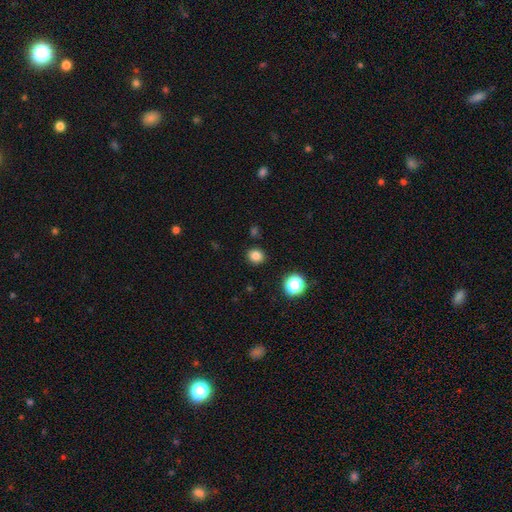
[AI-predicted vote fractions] smooth-or-featured: smooth: 82% | star or artifact: 14% | featured or disk: 4%
  how-rounded: round: 82% | in between: 17% | cigar-shaped: 1%
  merging: none: 89% | minor disturbance: 7% | major disturbance: 2% | merger: 2%